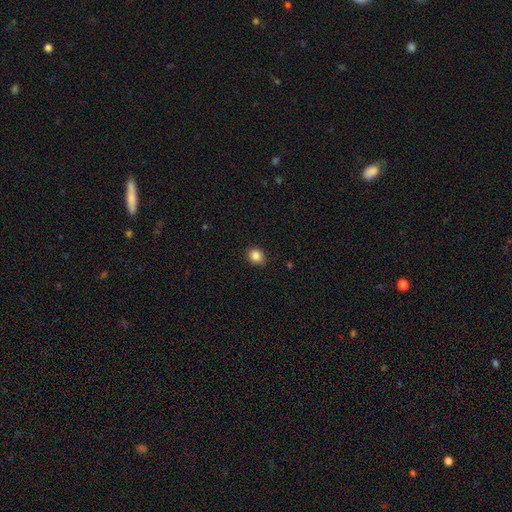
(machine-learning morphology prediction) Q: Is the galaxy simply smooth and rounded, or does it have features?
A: smooth — 86%.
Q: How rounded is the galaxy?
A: round — 63%.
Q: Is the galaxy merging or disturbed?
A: none — 87%.